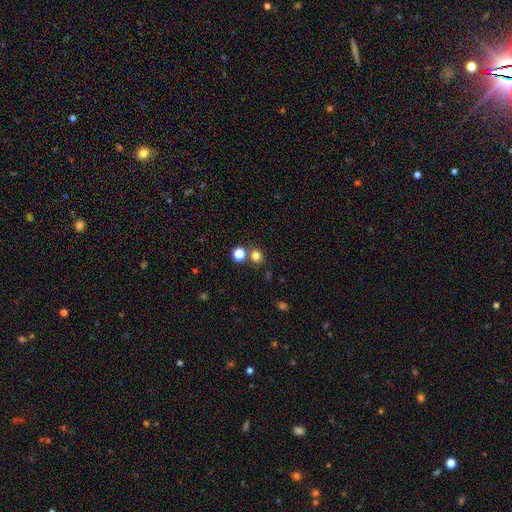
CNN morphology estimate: Smooth or featured: smooth — 78% (star or artifact — 16%)
How rounded: round — 82% (in between — 17%)
Merging: none — 72% (merger — 17%)